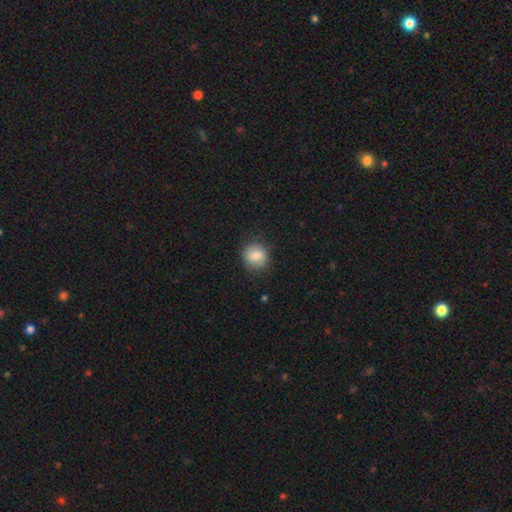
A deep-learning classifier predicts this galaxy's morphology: Smooth or featured? Predicted: smooth (p=0.83). How rounded? Predicted: round (p=0.80). Merging? Predicted: none (p=0.83).